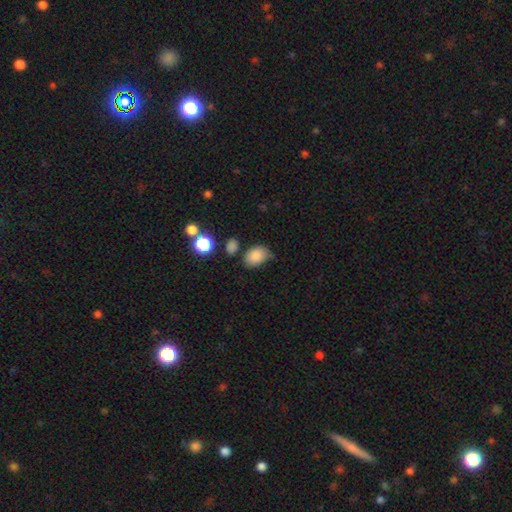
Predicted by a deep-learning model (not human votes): This appears to be a smooth galaxy with no disk features (86%) that is in between round and cigar-shaped (79%). Merging: none (62%).